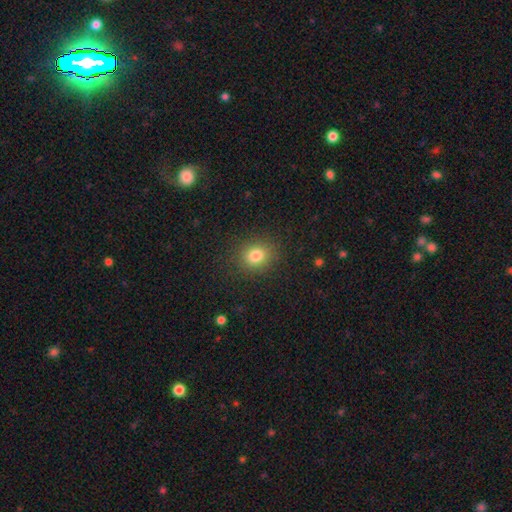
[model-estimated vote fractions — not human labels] Smooth or featured? smooth (81%)
How rounded? round (69%)
Merging? none (87%)